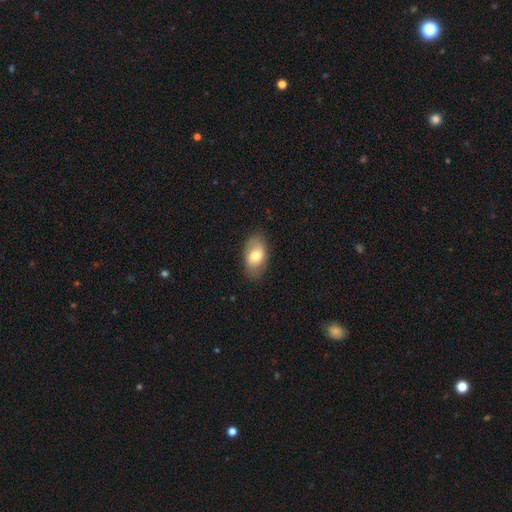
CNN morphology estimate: Smooth or featured: smooth — 70% (featured or disk — 23%)
How rounded: in between — 91% (round — 8%)
Merging: none — 81% (minor disturbance — 14%)